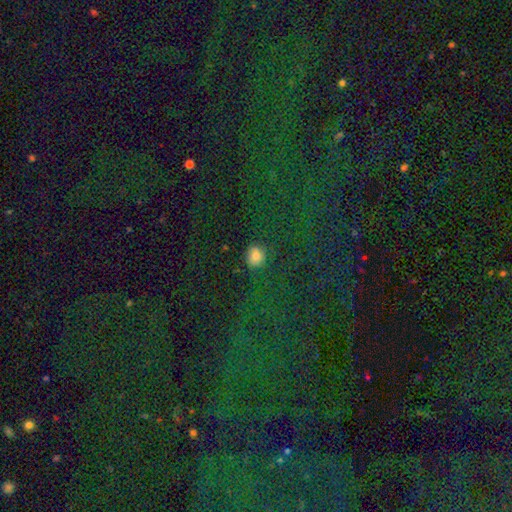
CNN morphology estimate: This is likely a smooth galaxy (74%). How rounded: likely round (67%). Merging: likely none (78%).